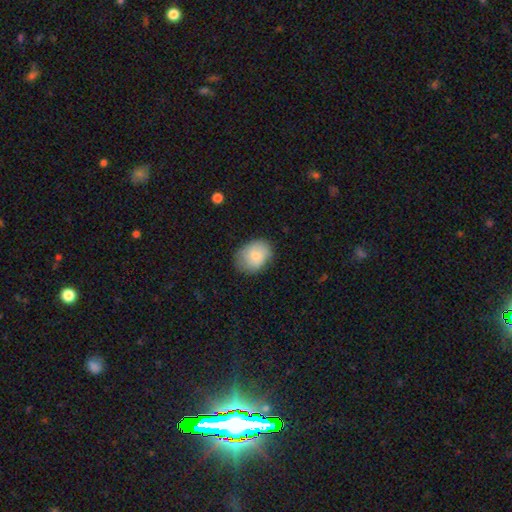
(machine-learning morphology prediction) Smooth or featured? Predicted: smooth (p=0.76). How rounded? Predicted: in between (p=0.64). Merging? Predicted: none (p=0.72).